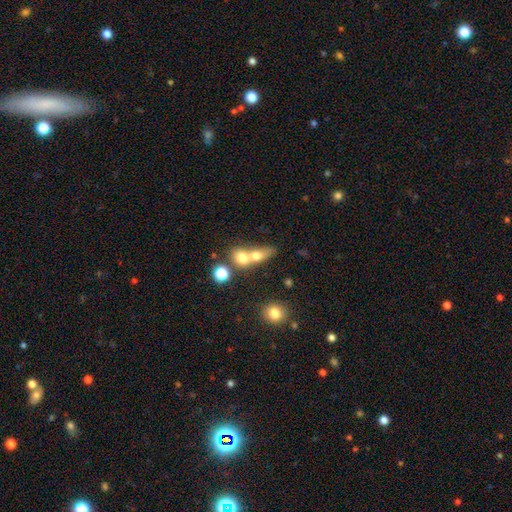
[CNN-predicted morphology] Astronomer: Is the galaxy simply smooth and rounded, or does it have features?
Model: smooth — 67%.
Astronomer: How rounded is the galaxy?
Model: round — 52% (runner-up: in between, 42%).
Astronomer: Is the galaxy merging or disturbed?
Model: merger — 68%.